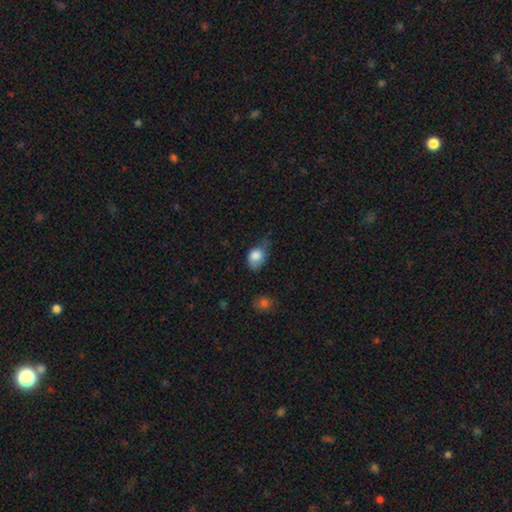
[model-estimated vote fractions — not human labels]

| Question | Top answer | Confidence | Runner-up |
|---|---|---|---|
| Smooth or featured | smooth | 82% | featured or disk (10%) |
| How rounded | in between | 64% | round (34%) |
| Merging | minor disturbance | 45% | none (34%) |